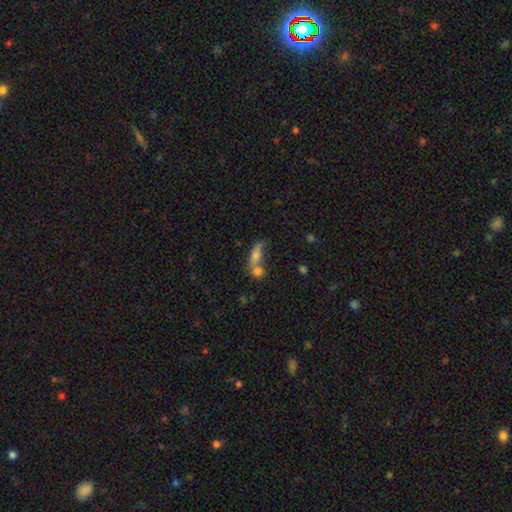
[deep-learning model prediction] Smooth or featured? smooth (65%)
How rounded? in between (58%)
Merging? merger (51%)